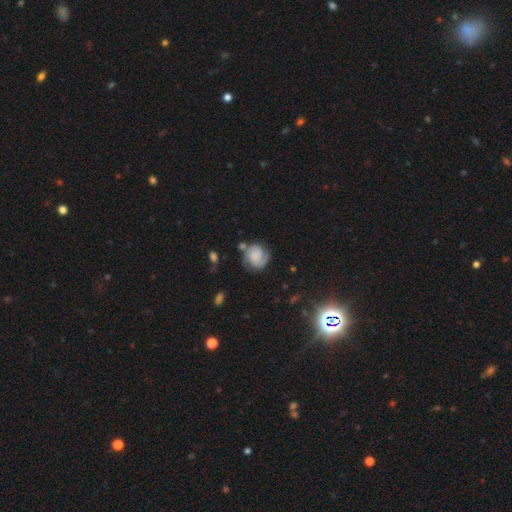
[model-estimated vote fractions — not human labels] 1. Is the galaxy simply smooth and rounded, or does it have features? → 67% featured or disk, 26% smooth, 7% star or artifact.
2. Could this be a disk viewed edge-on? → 98% no, 2% yes.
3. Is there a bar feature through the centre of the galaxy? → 68% no, 26% weak, 6% strong.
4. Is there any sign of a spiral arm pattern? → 93% yes, 7% no.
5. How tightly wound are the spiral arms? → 50% tight, 36% medium, 13% loose.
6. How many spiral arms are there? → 66% 2, 13% 1, 11% can't tell, 7% 3, 2% 4, 2% more than 4.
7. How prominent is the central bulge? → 45% none, 21% small, 15% large, 13% moderate, 6% dominant.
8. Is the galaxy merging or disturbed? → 62% none, 21% minor disturbance, 11% major disturbance, 6% merger.